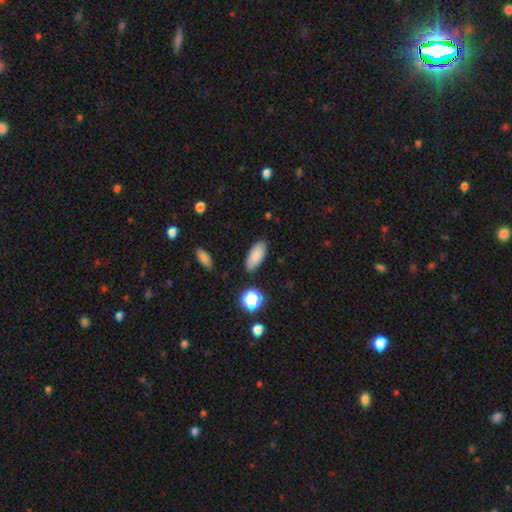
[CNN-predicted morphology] Overall: smooth (84%). How rounded: in between (84%). Merging: none (85%).